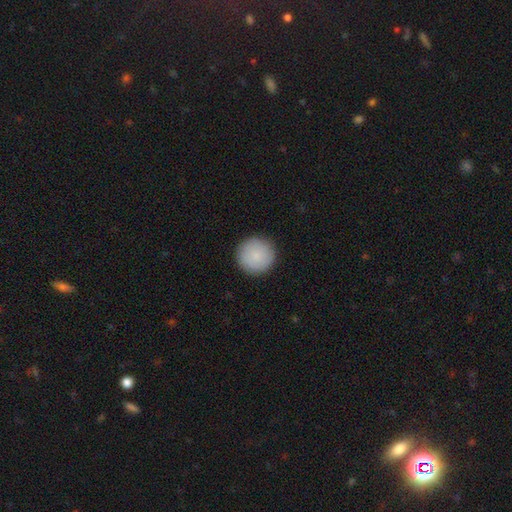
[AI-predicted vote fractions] Q: Smooth or featured?
A: smooth (86%); runner-up: featured or disk (7%)
Q: How rounded?
A: round (96%); runner-up: in between (3%)
Q: Merging?
A: none (91%); runner-up: minor disturbance (6%)